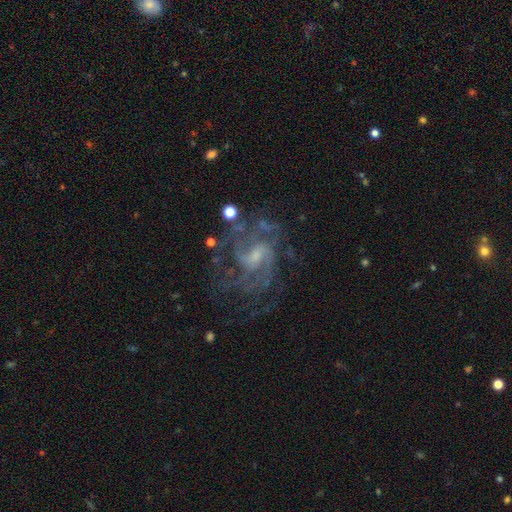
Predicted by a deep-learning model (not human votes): This is clearly a featured or disk galaxy (83%). It is clearly not viewed edge-on (97%). Bar: possibly weak (53%). Spiral arm pattern: clearly yes (90%). Spiral arm count: marginally can't tell (33%). Spiral winding: possibly medium (47%). Central bulge: possibly small (48%). Merging: possibly none (59%).